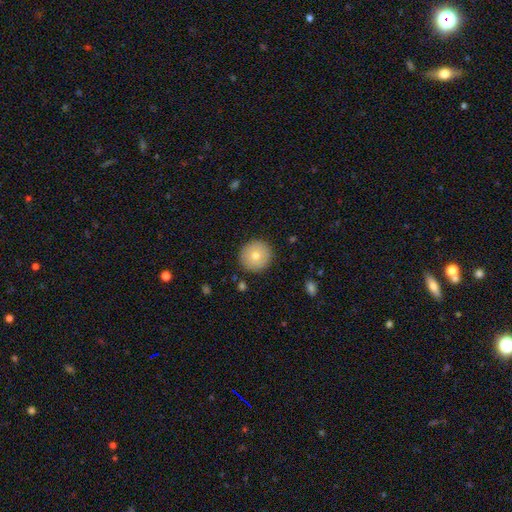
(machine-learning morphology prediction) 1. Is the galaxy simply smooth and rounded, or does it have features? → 76% smooth, 16% featured or disk, 8% star or artifact.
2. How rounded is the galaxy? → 95% round, 4% in between, 1% cigar-shaped.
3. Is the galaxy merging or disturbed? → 90% none, 7% minor disturbance, 2% major disturbance, 1% merger.